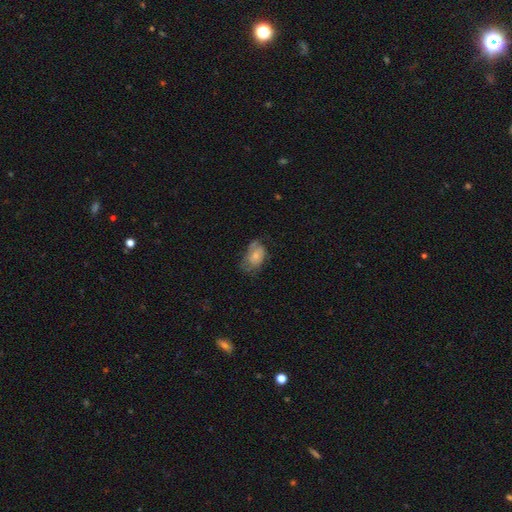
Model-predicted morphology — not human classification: Q: Smooth or featured?
A: smooth (53%); runner-up: featured or disk (40%)
Q: How rounded?
A: in between (87%); runner-up: round (12%)
Q: Merging?
A: none (47%); runner-up: minor disturbance (32%)